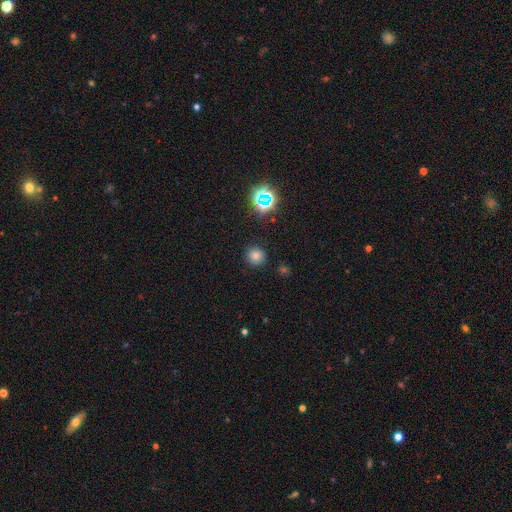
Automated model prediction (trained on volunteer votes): Morphology: type=smooth (73%); roundness=round (93%); merging=none (88%).